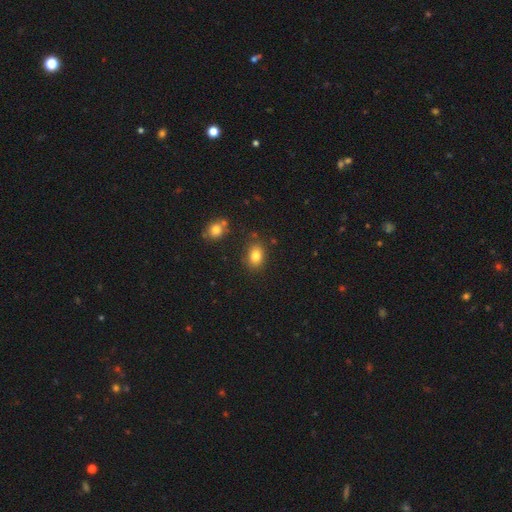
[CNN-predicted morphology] Q: Smooth or featured?
A: smooth (83%); runner-up: star or artifact (11%)
Q: How rounded?
A: in between (69%); runner-up: round (30%)
Q: Merging?
A: none (82%); runner-up: minor disturbance (11%)